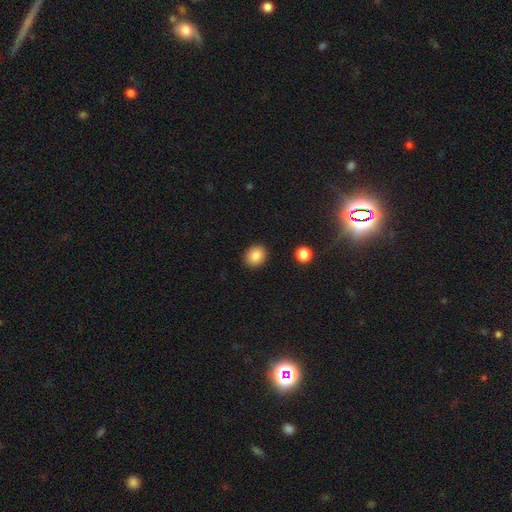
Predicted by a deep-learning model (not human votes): smooth 86%, star or artifact 9%, featured or disk 5%. Down the decision tree: how rounded — round (66%); merging — none (90%).